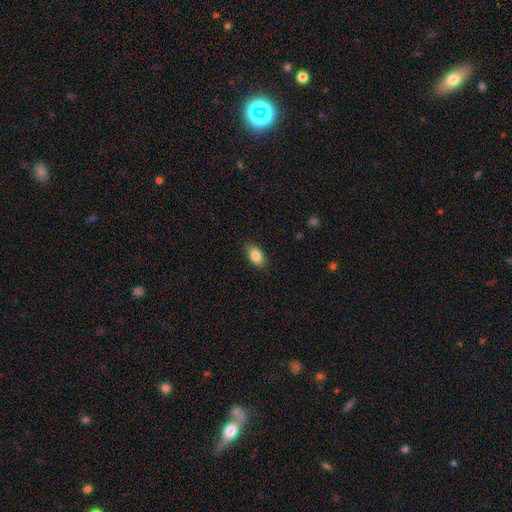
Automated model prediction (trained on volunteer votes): Morphology: type=smooth (85%); roundness=in between (91%); merging=none (87%).